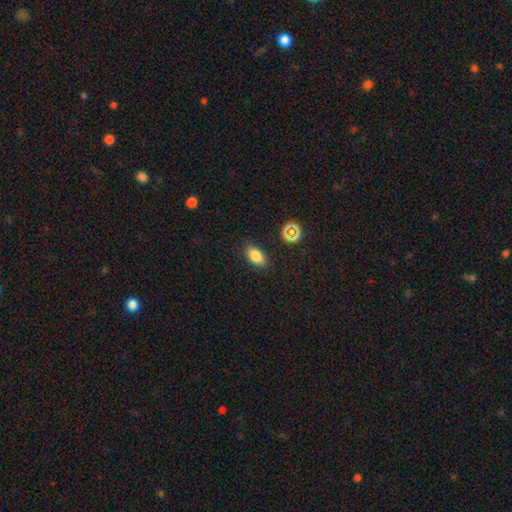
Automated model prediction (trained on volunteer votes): Morphology: type=smooth (80%); roundness=in between (86%); merging=none (86%).